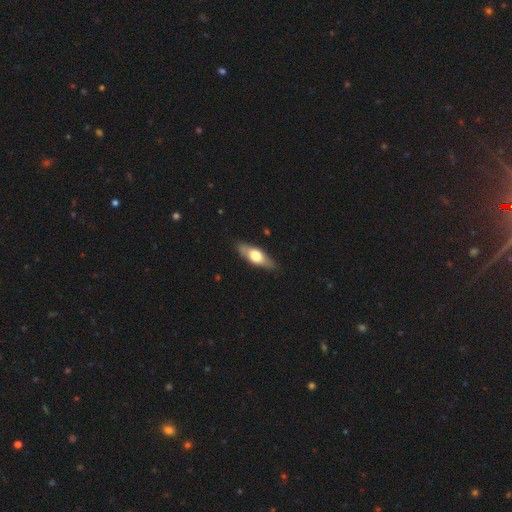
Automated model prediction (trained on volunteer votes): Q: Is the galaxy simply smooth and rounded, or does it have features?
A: smooth — 51%.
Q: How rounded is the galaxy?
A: in between — 60%.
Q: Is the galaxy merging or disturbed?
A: none — 84%.